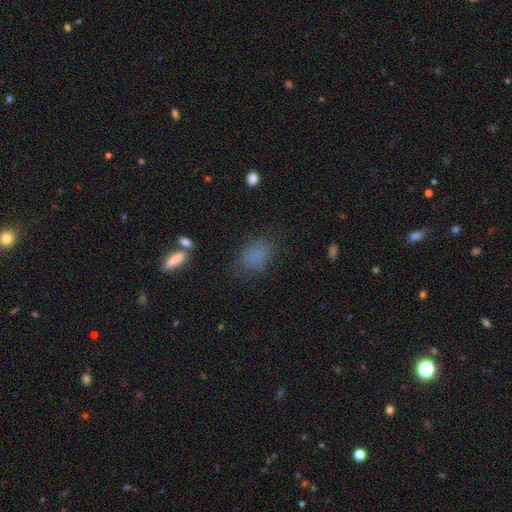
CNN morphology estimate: A smooth galaxy with no disk features (80%) that is in between round and cigar-shaped (76%). Merging: none (72%).